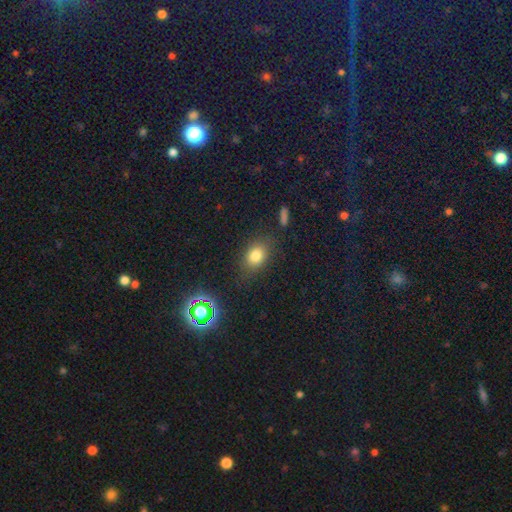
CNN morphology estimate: This appears to be a smooth galaxy with no disk features (77%) that is in between round and cigar-shaped (63%). Merging: none (79%).